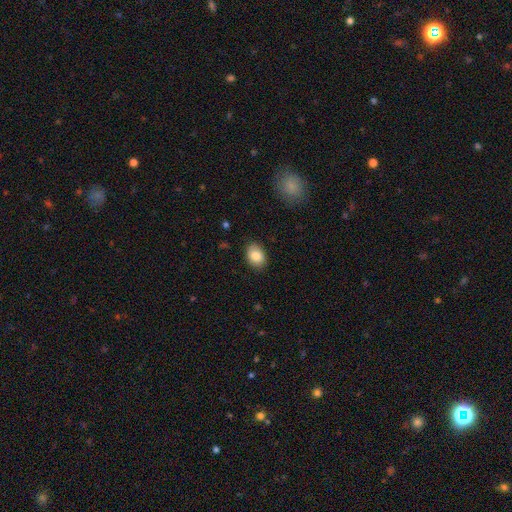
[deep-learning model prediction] Smooth or featured?
  - smooth: 86% *
  - star or artifact: 7%
  - featured or disk: 7%
How rounded?
  - in between: 78% *
  - round: 21%
  - cigar-shaped: 1%
Merging?
  - none: 85% *
  - minor disturbance: 11%
  - major disturbance: 2%
  - merger: 1%